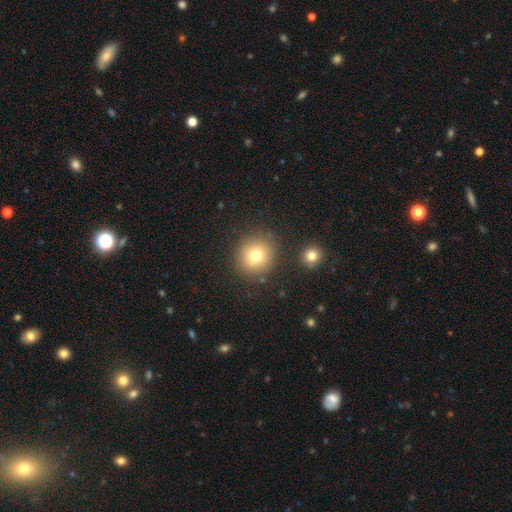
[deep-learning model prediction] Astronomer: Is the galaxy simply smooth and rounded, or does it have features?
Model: smooth — 75%.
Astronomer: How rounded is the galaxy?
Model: round — 88%.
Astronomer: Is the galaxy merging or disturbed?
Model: none — 83%.